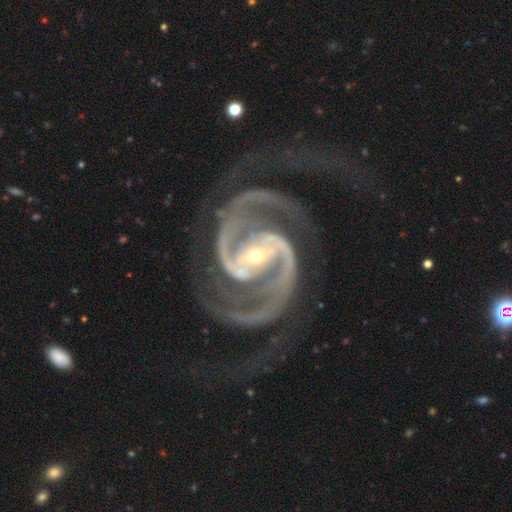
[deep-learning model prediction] Smooth or featured? featured or disk (94%)
Edge-on disk? no (98%)
Bar? strong (53%)
Spiral arms? yes (99%)
Spiral winding? medium (60%)
Spiral arm count? 2 (87%)
Bulge size? small (73%)
Merging? none (62%)